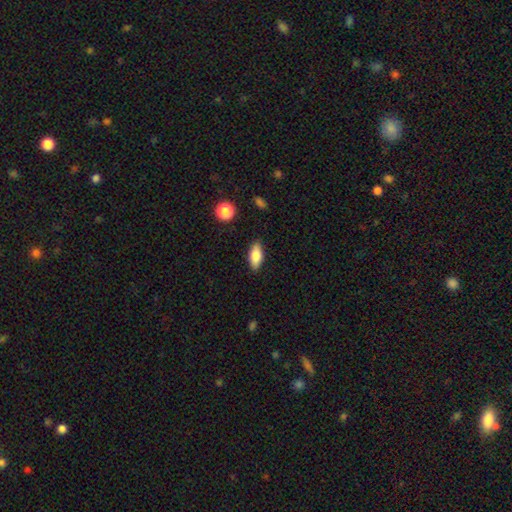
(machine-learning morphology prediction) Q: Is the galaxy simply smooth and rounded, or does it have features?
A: smooth — 81%.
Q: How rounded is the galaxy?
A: in between — 84%.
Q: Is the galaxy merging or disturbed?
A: none — 86%.